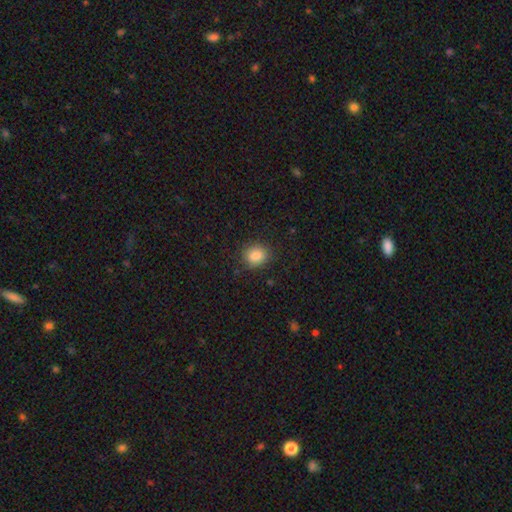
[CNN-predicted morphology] A smooth galaxy with no disk features (85%) that is round (75%). Merging: none (87%).